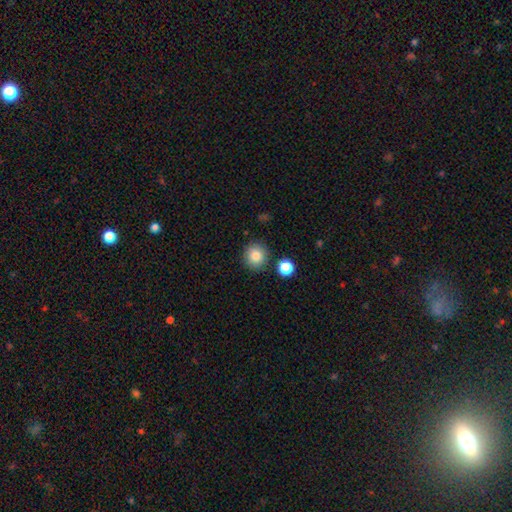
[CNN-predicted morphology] A smooth galaxy with no disk features (85%) that is round (91%). Merging: none (86%).